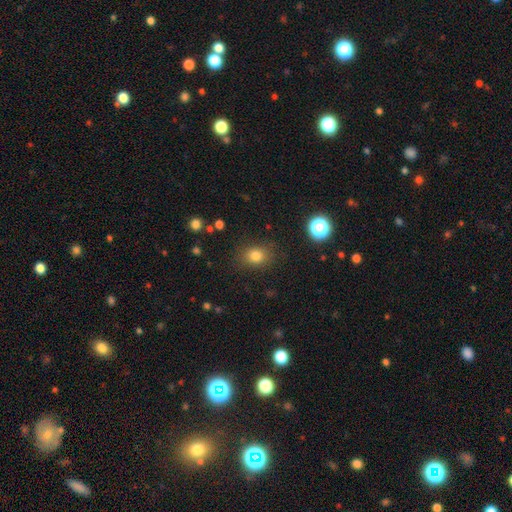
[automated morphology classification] This appears to be a smooth galaxy with no disk features (79%) that is round (56%). Merging: none (83%).